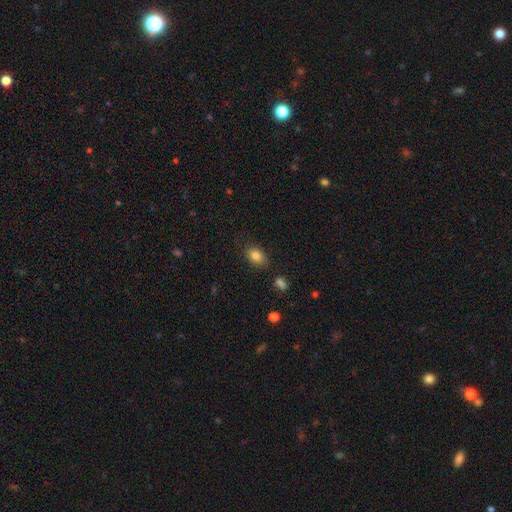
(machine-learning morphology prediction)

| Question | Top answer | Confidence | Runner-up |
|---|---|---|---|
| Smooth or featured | smooth | 84% | star or artifact (9%) |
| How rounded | in between | 81% | round (17%) |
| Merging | none | 81% | minor disturbance (13%) |